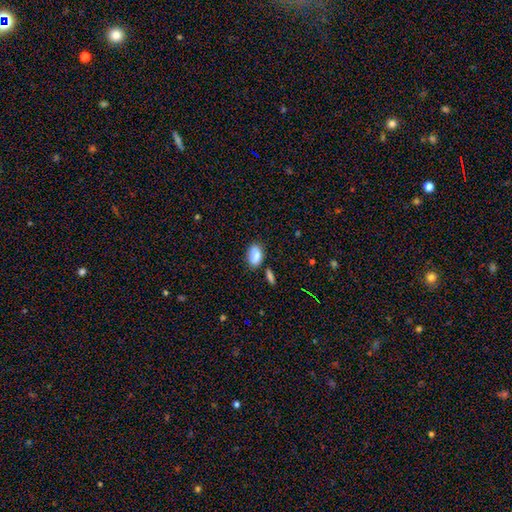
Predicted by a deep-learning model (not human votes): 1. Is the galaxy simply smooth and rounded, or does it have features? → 83% smooth, 9% featured or disk, 8% star or artifact.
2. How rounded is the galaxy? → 89% in between, 9% round, 2% cigar-shaped.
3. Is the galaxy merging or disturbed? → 71% none, 18% minor disturbance, 8% merger, 4% major disturbance.